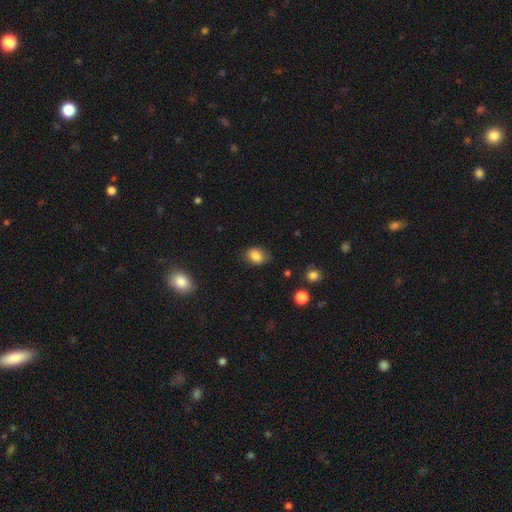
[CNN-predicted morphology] The model was most divided on "how rounded": in between: 59%, round: 40%, cigar-shaped: 1%. More confident: smooth or featured — smooth (85%); merging — none (78%).